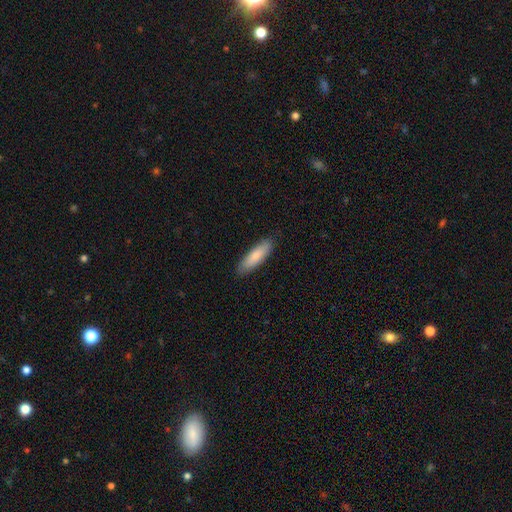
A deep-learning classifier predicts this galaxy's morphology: Smooth or featured? Predicted: smooth (p=0.83). How rounded? Predicted: cigar-shaped (p=0.56). Merging? Predicted: none (p=0.87).